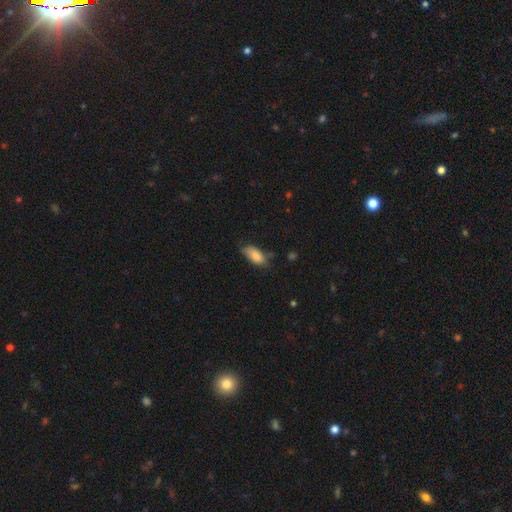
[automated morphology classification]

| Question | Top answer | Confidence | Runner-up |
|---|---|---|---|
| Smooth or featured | smooth | 83% | featured or disk (10%) |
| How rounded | in between | 90% | cigar-shaped (7%) |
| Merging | none | 56% | minor disturbance (34%) |